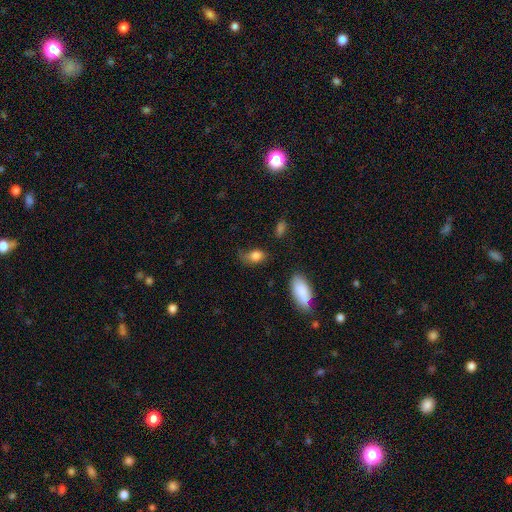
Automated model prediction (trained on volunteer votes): This is clearly a smooth galaxy (83%). How rounded: clearly in between (82%). Merging: possibly none (47%).